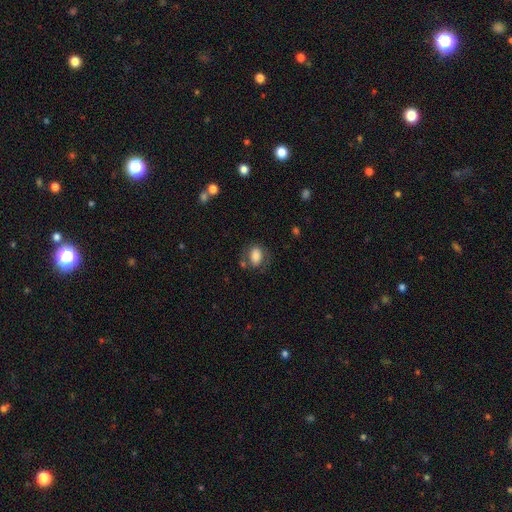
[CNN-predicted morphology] smooth-or-featured: smooth: 75% | featured or disk: 17% | star or artifact: 8%
  how-rounded: in between: 77% | round: 22% | cigar-shaped: 2%
  merging: none: 62% | minor disturbance: 20% | major disturbance: 11% | merger: 7%